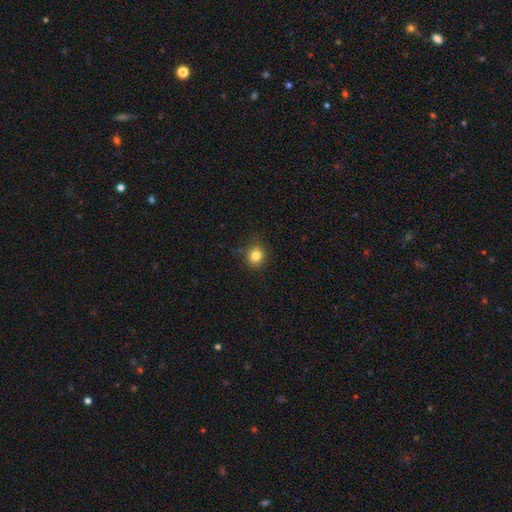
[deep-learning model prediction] A smooth galaxy with no disk features (82%) that is round (83%). Merging: none (83%).